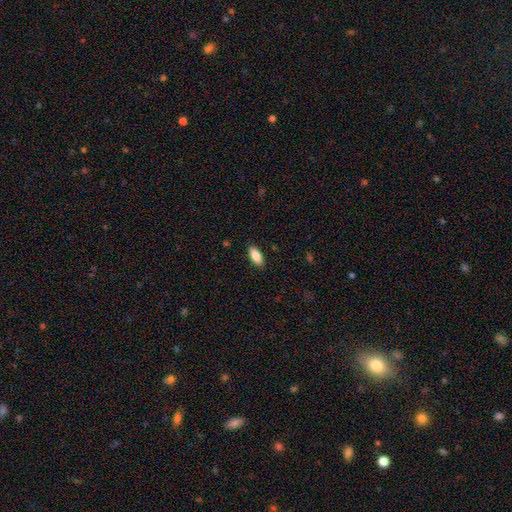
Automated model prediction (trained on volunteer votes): Q: Smooth or featured?
A: smooth (87%); runner-up: featured or disk (7%)
Q: How rounded?
A: in between (87%); runner-up: cigar-shaped (11%)
Q: Merging?
A: none (88%); runner-up: minor disturbance (9%)